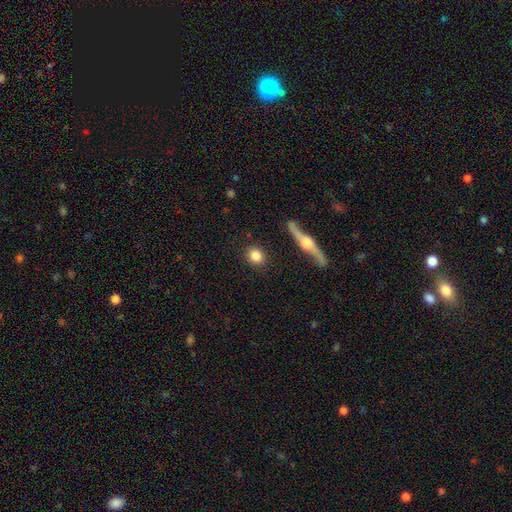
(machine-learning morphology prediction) Smooth or featured: smooth — 82% (featured or disk — 11%)
How rounded: round — 82% (in between — 15%)
Merging: none — 90% (minor disturbance — 6%)